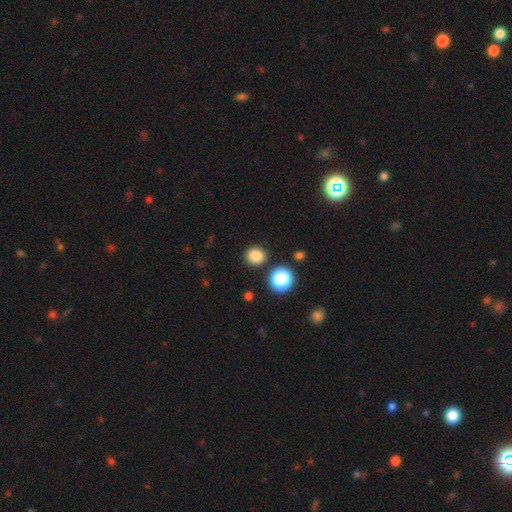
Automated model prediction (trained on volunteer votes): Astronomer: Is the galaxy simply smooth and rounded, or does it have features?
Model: smooth — 81%.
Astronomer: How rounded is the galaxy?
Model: round — 85%.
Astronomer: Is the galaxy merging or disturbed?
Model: none — 88%.